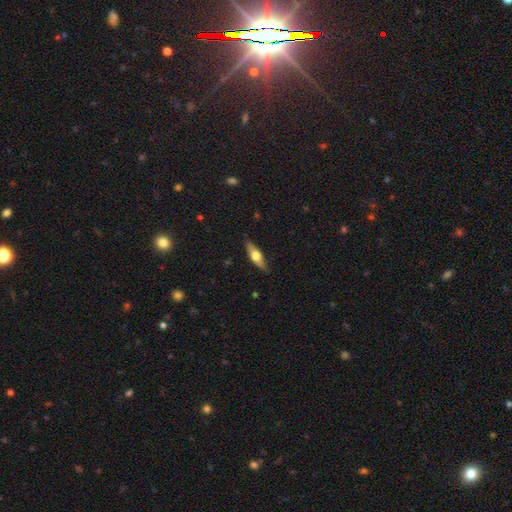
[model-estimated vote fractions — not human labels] This is possibly a featured or disk galaxy (48%). Merging: clearly none (85%).